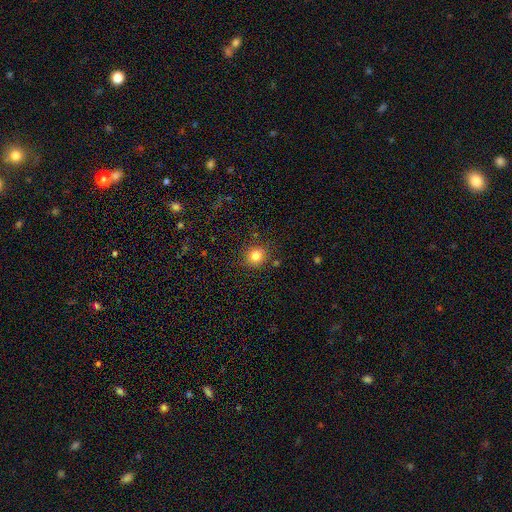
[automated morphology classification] Q: Smooth or featured?
A: smooth (82%); runner-up: star or artifact (12%)
Q: How rounded?
A: round (86%); runner-up: in between (13%)
Q: Merging?
A: none (85%); runner-up: minor disturbance (10%)